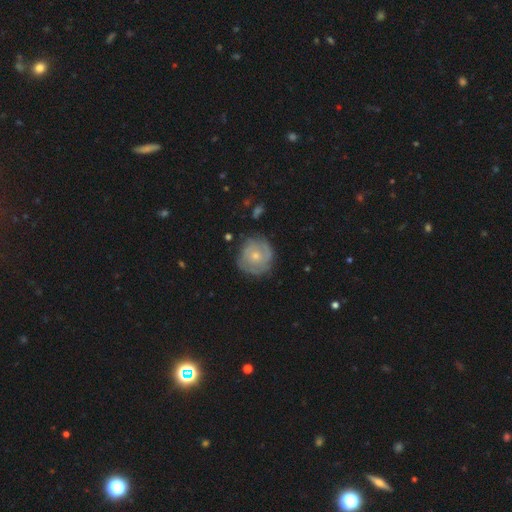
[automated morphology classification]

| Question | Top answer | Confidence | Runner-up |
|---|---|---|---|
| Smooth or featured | featured or disk | 59% | smooth (35%) |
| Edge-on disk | no | 97% | yes (3%) |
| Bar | no | 83% | weak (14%) |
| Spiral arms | yes | 68% | no (32%) |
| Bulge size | small | 55% | moderate (41%) |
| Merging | none | 74% | minor disturbance (19%) |